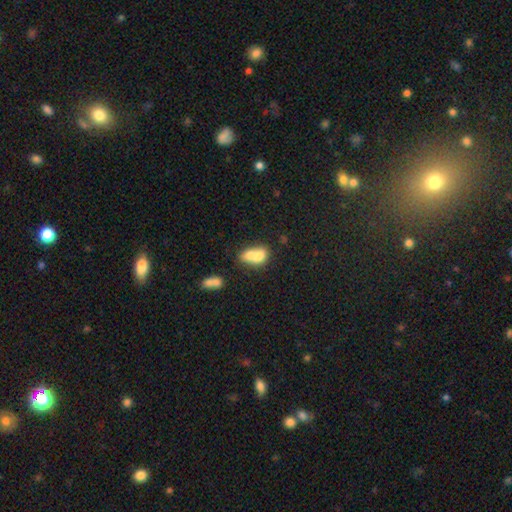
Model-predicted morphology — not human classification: type=smooth (69%); roundness=in between (63%); merging=merger (72%).